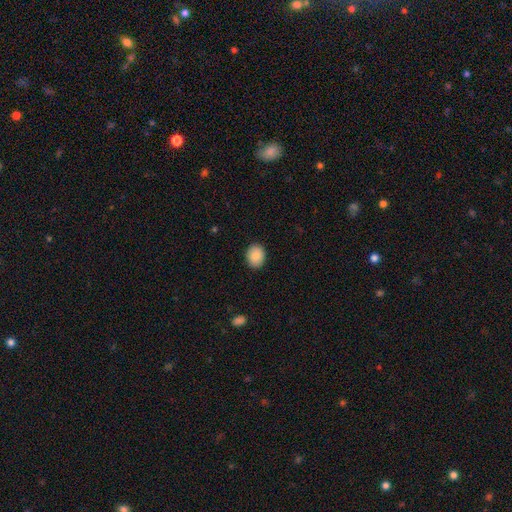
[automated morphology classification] smooth-or-featured: smooth: 87% | star or artifact: 8% | featured or disk: 5%
  how-rounded: round: 55% | in between: 44% | cigar-shaped: 1%
  merging: none: 90% | minor disturbance: 7% | major disturbance: 2% | merger: 1%